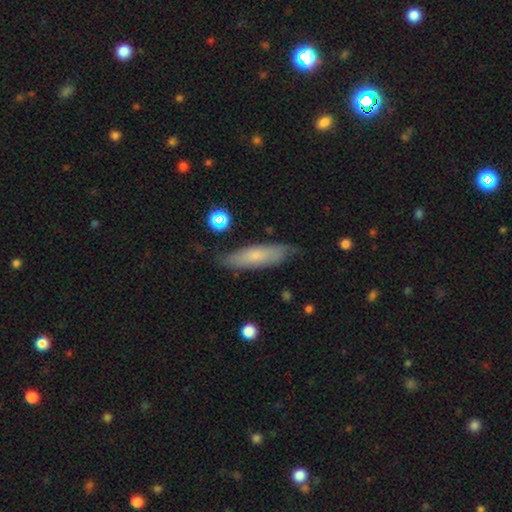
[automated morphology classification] Q: Smooth or featured?
A: smooth (62%); runner-up: featured or disk (31%)
Q: How rounded?
A: cigar-shaped (62%); runner-up: in between (36%)
Q: Merging?
A: none (77%); runner-up: minor disturbance (18%)